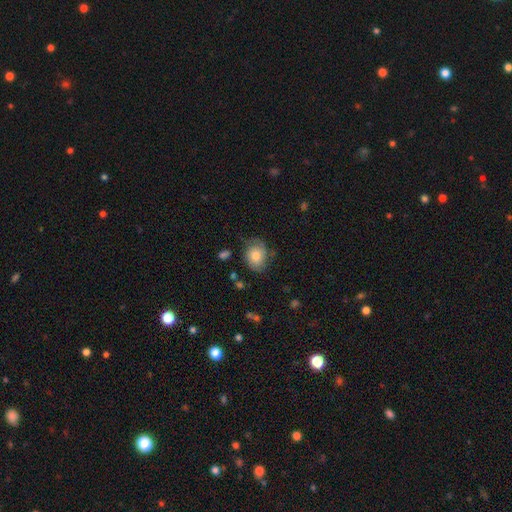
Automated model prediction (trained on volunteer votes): This appears to be a smooth galaxy with no disk features (57%) that is in between round and cigar-shaped (51%). Merging: none (62%).